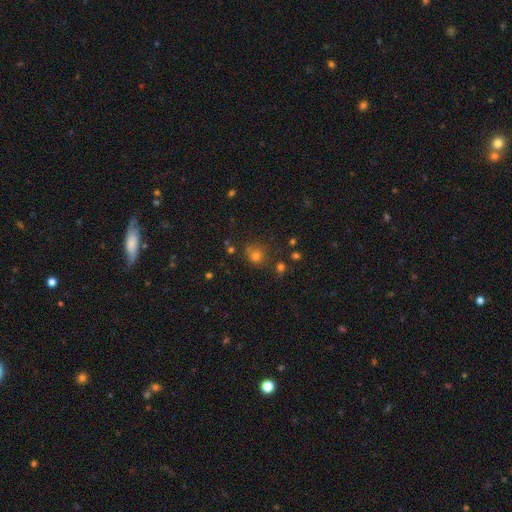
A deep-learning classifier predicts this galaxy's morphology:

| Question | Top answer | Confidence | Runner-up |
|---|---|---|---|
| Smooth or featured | smooth | 66% | star or artifact (26%) |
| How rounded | round | 86% | in between (13%) |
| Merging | none | 73% | minor disturbance (13%) |